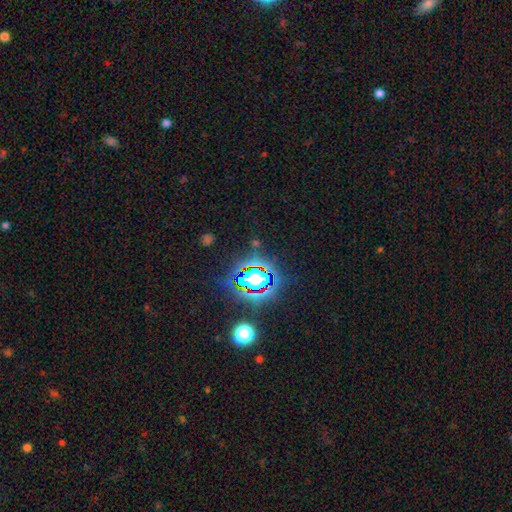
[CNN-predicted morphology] Smooth or featured? star or artifact (77%)